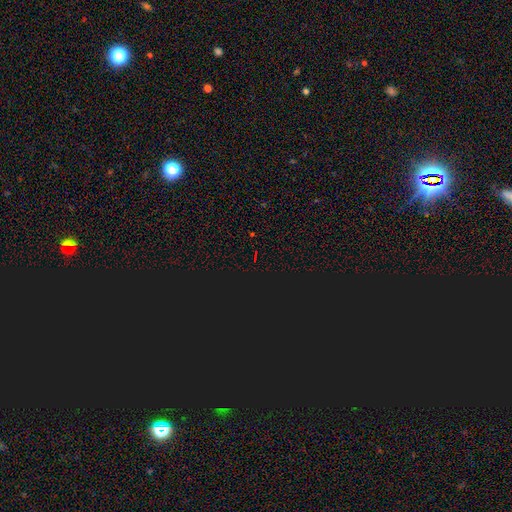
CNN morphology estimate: A star or artifact, not a galaxy (79%).